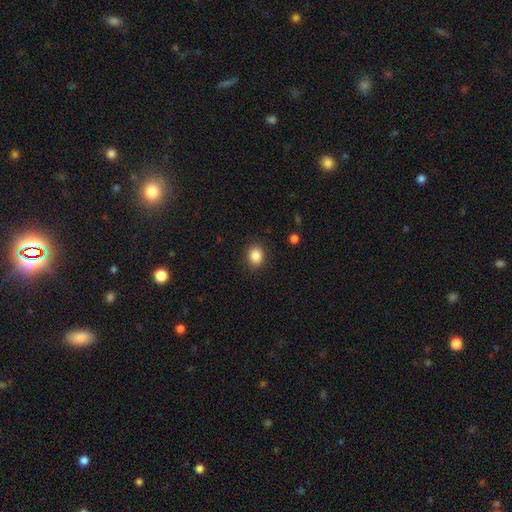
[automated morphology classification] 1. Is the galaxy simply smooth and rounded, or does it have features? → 86% smooth, 10% star or artifact, 5% featured or disk.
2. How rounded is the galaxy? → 58% round, 41% in between, 1% cigar-shaped.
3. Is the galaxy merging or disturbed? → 89% none, 7% minor disturbance, 2% major disturbance, 1% merger.